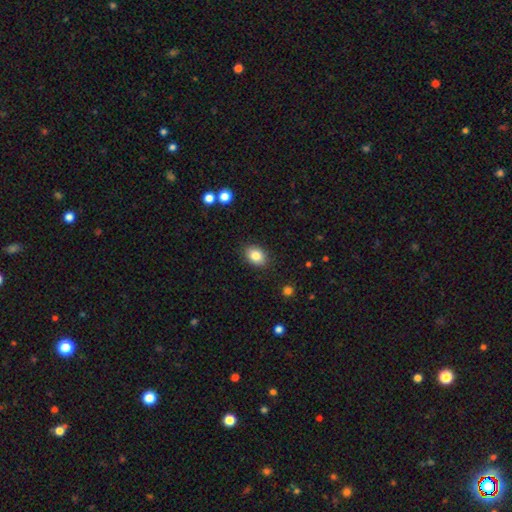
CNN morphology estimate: Q: Smooth or featured?
A: smooth (84%); runner-up: star or artifact (9%)
Q: How rounded?
A: in between (72%); runner-up: round (27%)
Q: Merging?
A: none (87%); runner-up: minor disturbance (9%)